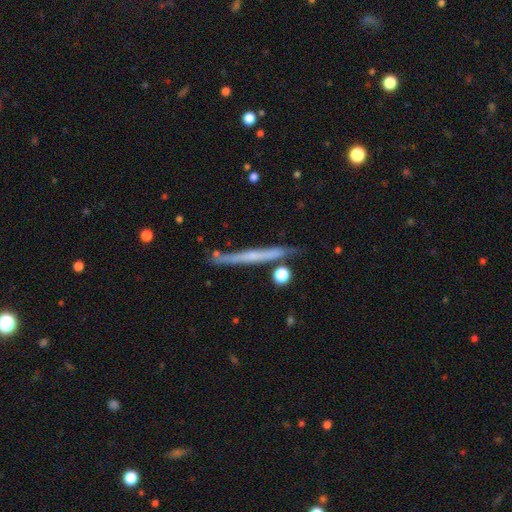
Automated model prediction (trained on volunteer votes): Smooth or featured? featured or disk (62%)
Edge-on disk? yes (96%)
Edge-on bulge? none (65%)
Merging? none (81%)